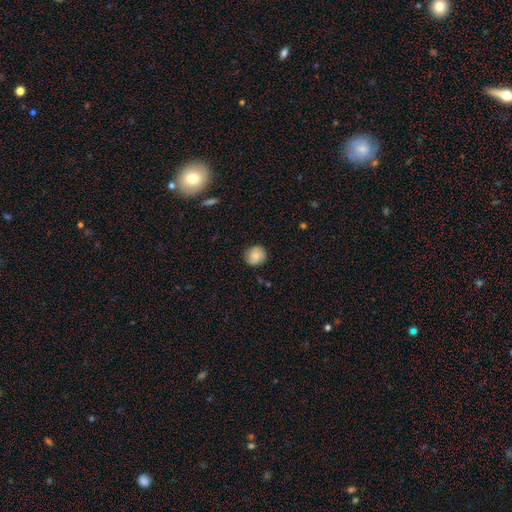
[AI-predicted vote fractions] A smooth galaxy with no disk features (76%) that is round (88%). Merging: none (85%).